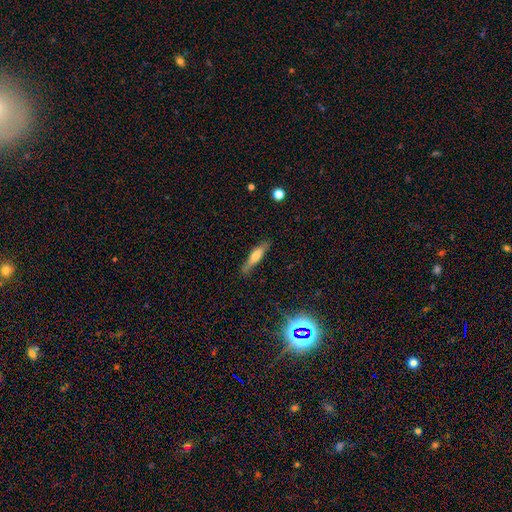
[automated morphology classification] Smooth or featured? smooth (55%)
How rounded? cigar-shaped (80%)
Merging? none (81%)